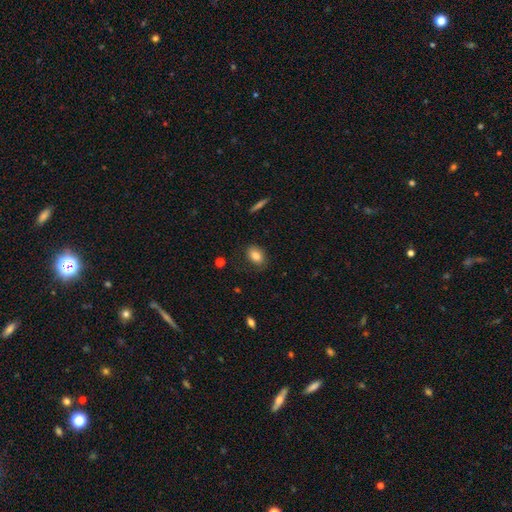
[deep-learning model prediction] Smooth or featured?
  - smooth: 83% *
  - featured or disk: 9%
  - star or artifact: 8%
How rounded?
  - in between: 81% *
  - round: 18%
  - cigar-shaped: 2%
Merging?
  - none: 79% *
  - minor disturbance: 15%
  - major disturbance: 4%
  - merger: 1%